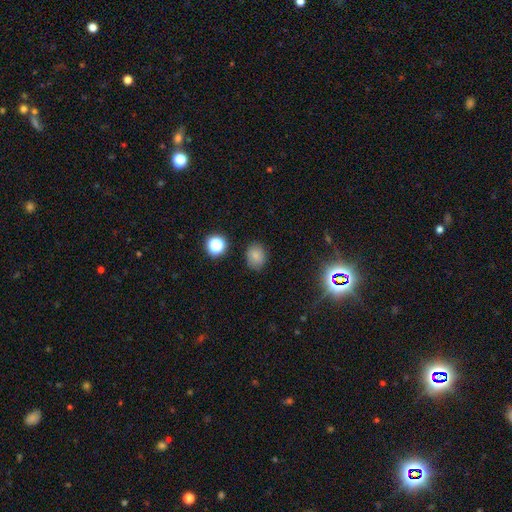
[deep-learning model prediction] Morphology: type=smooth (78%); roundness=round (53%); merging=none (82%).